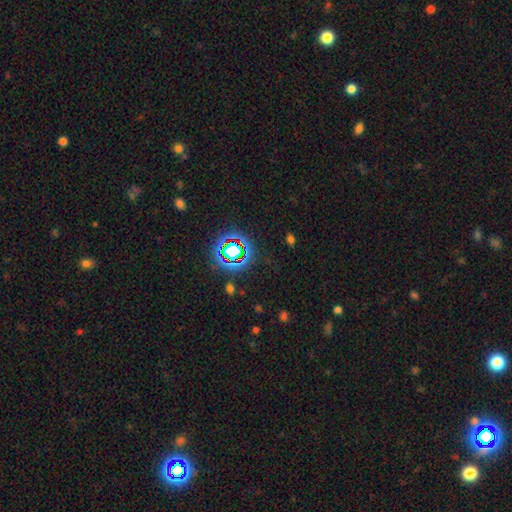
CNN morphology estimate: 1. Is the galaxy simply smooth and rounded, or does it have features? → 64% star or artifact, 26% smooth, 10% featured or disk.